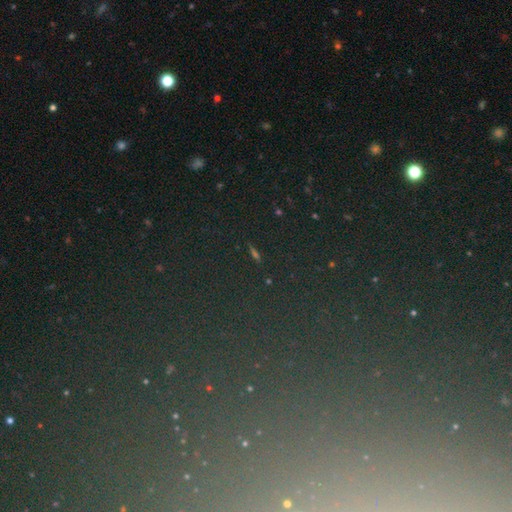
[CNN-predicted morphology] The model was most divided on "smooth or featured": star or artifact: 74%, smooth: 15%, featured or disk: 11%.